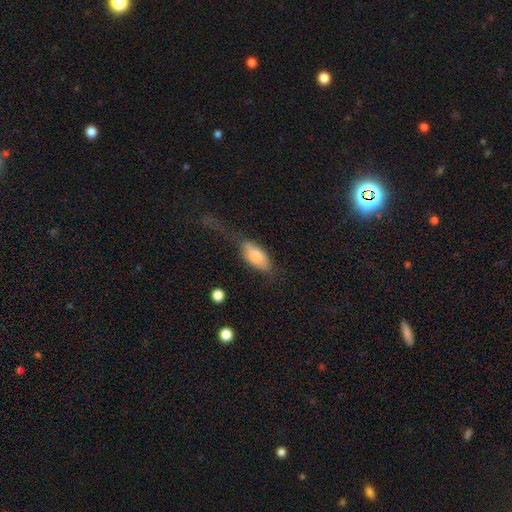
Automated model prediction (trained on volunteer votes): This is likely a smooth galaxy (72%). How rounded: clearly in between (85%). Merging: marginally major disturbance (35%, tied with none).